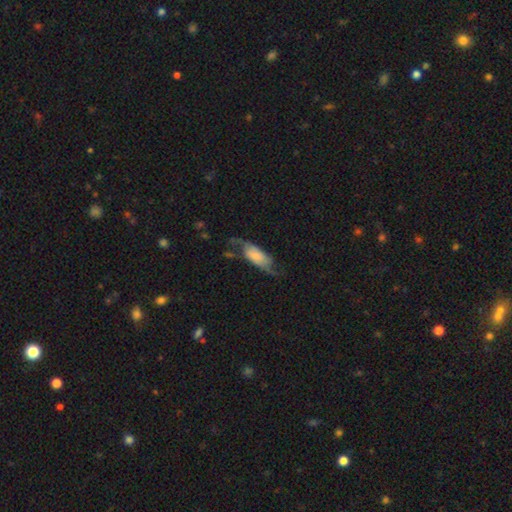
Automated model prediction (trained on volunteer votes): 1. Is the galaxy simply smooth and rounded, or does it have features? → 52% featured or disk, 40% smooth, 7% star or artifact.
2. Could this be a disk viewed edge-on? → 86% no, 14% yes.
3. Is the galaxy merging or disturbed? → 45% none, 26% major disturbance, 25% minor disturbance, 4% merger.